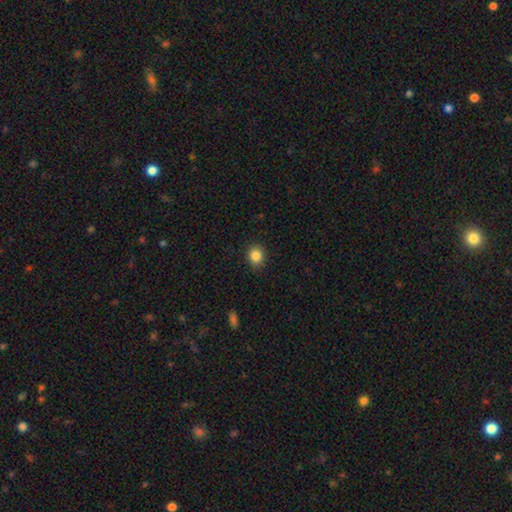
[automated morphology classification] The model was most divided on "how rounded": round: 77%, in between: 22%, cigar-shaped: 1%. More confident: merging — none (90%); smooth or featured — smooth (85%).